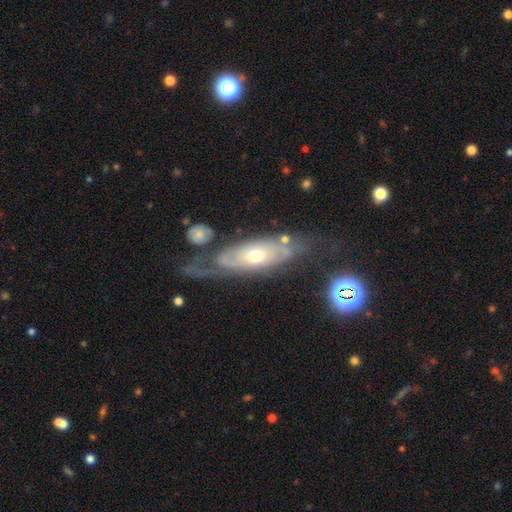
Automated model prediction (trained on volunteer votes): This is likely a featured or disk galaxy (75%). It is clearly not viewed edge-on (81%). Bar: likely no (79%). Spiral arm pattern: likely yes (74%). Central bulge: likely moderate (63%). Merging: possibly none (50%).